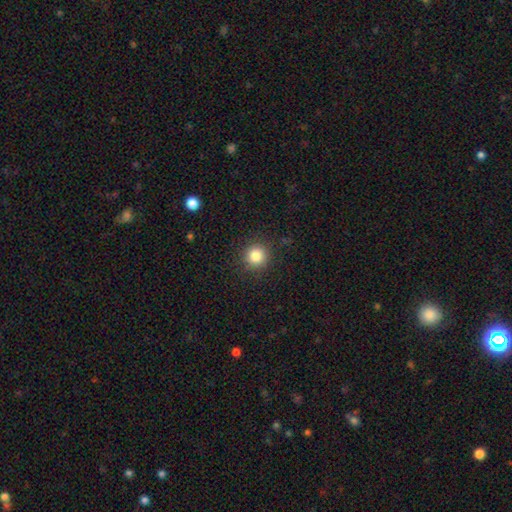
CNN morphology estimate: The model was most divided on "smooth or featured": smooth: 84%, star or artifact: 11%, featured or disk: 5%. More confident: how rounded — round (94%); merging — none (90%).